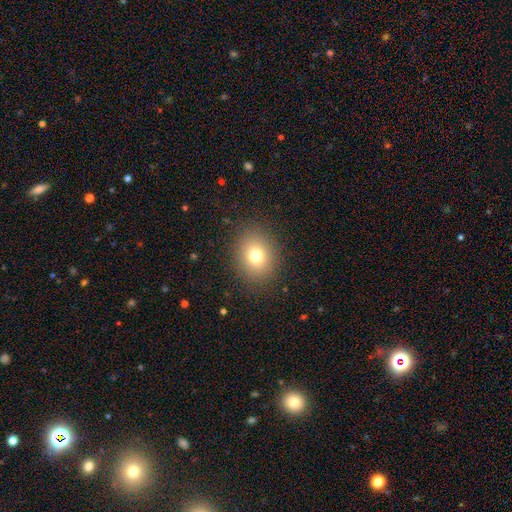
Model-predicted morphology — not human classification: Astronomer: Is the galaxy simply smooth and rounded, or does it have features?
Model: smooth — 75%.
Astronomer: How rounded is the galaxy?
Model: round — 62% (runner-up: in between, 38%).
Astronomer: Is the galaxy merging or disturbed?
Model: none — 88%.